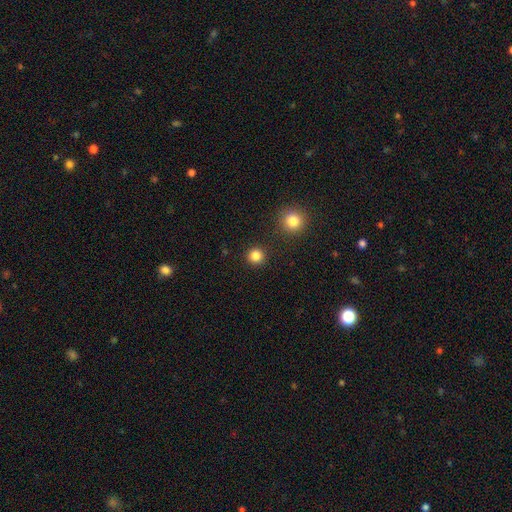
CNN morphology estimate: Smooth or featured: smooth — 84% (star or artifact — 12%)
How rounded: round — 94% (in between — 5%)
Merging: none — 90% (minor disturbance — 5%)